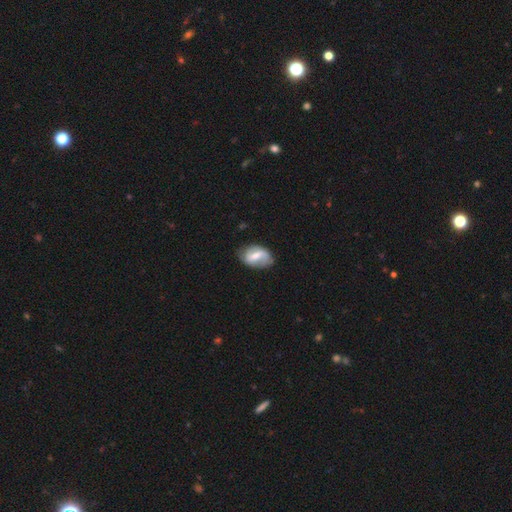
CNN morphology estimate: type=featured or disk (58%); edge-on=no (96%); bar=weak (49%); spiral arms=yes (78%); bulge=moderate (49%); merging=none (67%).